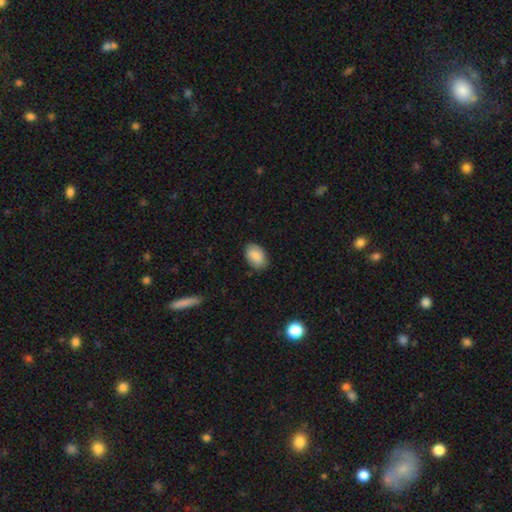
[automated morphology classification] Q: Smooth or featured?
A: smooth (87%); runner-up: featured or disk (7%)
Q: How rounded?
A: in between (87%); runner-up: round (12%)
Q: Merging?
A: none (82%); runner-up: minor disturbance (14%)